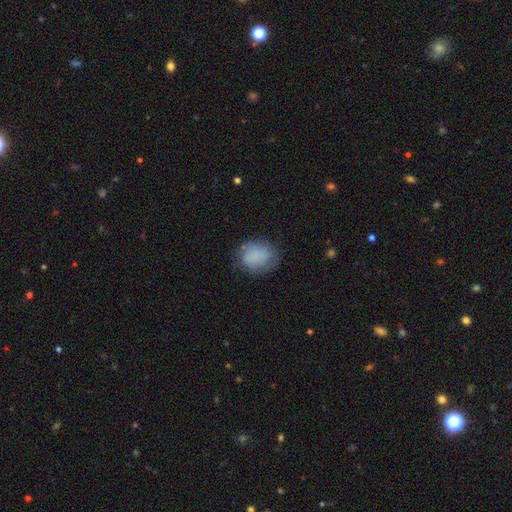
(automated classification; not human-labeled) Smooth or featured? smooth (74%)
How rounded? round (56%)
Merging? none (63%)